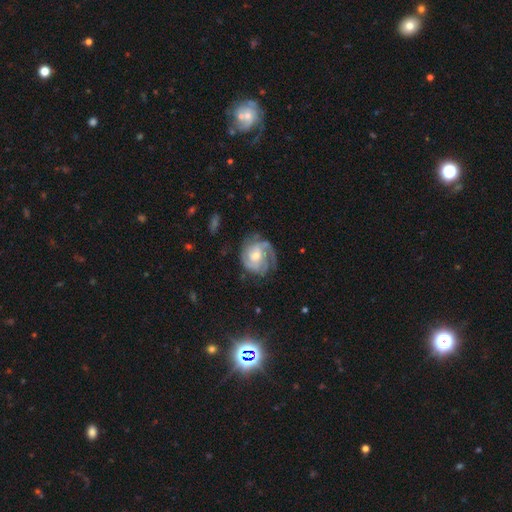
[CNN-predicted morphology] Smooth or featured: featured or disk — 86% (smooth — 9%)
Edge-on disk: no — 98% (yes — 2%)
Bar: no — 63% (weak — 30%)
Spiral arms: yes — 96% (no — 4%)
Spiral winding: tight — 59% (medium — 33%)
Spiral arm count: 3 — 34% (2 — 24%)
Bulge size: moderate — 52% (small — 44%)
Merging: none — 66% (minor disturbance — 21%)